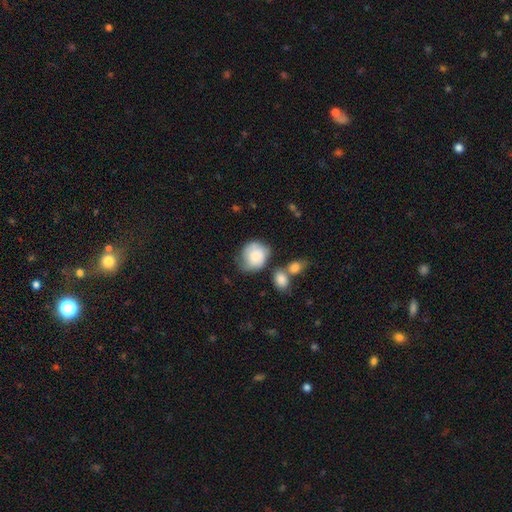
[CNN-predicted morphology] Smooth or featured? Predicted: smooth (p=0.68). How rounded? Predicted: round (p=0.68). Merging? Predicted: none (p=0.47).